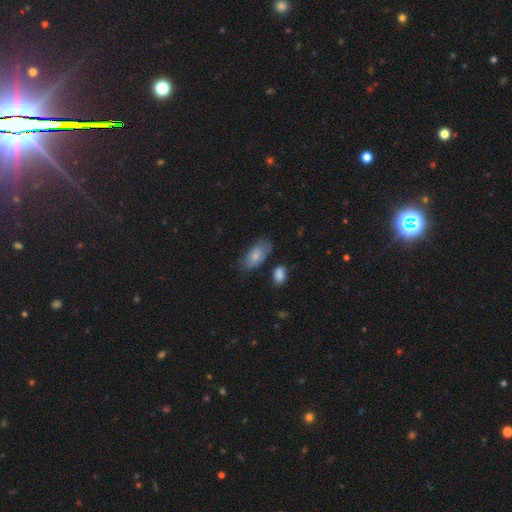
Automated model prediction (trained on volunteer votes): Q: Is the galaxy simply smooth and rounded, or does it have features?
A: smooth — 76%.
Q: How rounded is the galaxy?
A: in between — 92%.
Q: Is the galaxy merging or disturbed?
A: none — 62%.